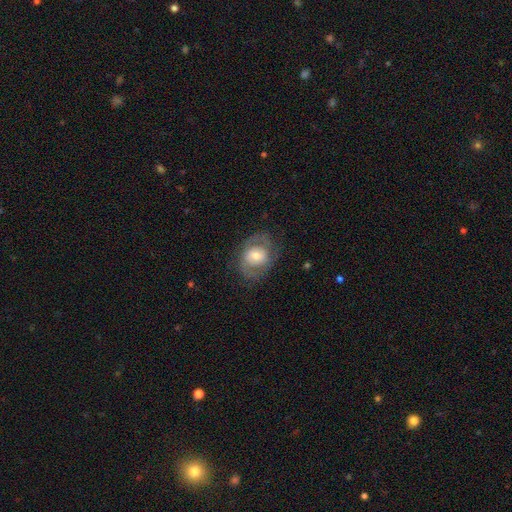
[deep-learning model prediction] Smooth or featured?
  - featured or disk: 59% *
  - smooth: 34%
  - star or artifact: 7%
Edge-on disk?
  - no: 96% *
  - yes: 4%
Bar?
  - no: 60% *
  - weak: 31%
  - strong: 9%
Spiral arms?
  - yes: 67% *
  - no: 33%
Bulge size?
  - moderate: 59% *
  - small: 26%
  - large: 11%
  - dominant: 2%
  - none: 2%
Merging?
  - none: 70% *
  - minor disturbance: 17%
  - major disturbance: 12%
  - merger: 1%